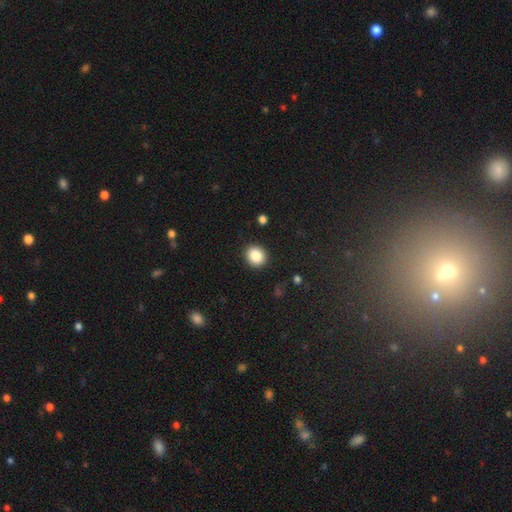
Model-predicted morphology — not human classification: This is clearly a smooth galaxy (86%). How rounded: likely round (78%). Merging: clearly none (90%).